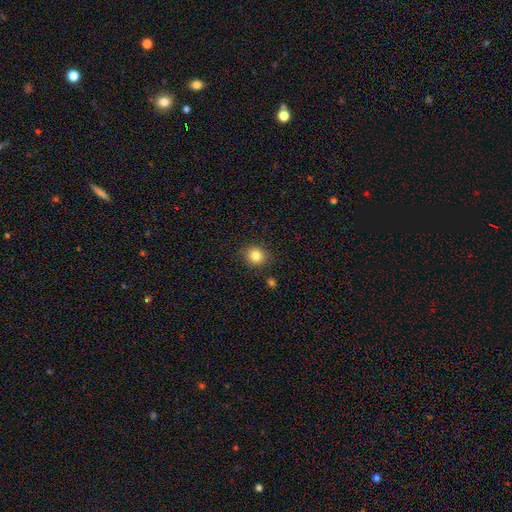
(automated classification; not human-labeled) smooth-or-featured: smooth: 83% | star or artifact: 11% | featured or disk: 6%
  how-rounded: round: 78% | in between: 21% | cigar-shaped: 1%
  merging: none: 87% | minor disturbance: 8% | major disturbance: 2% | merger: 2%